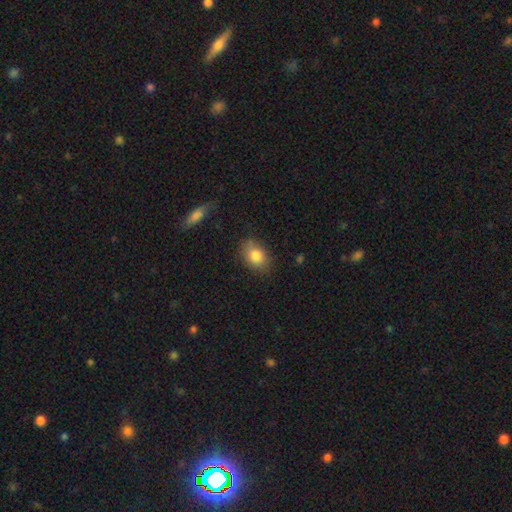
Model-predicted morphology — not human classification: Smooth or featured? Predicted: smooth (p=0.83). How rounded? Predicted: in between (p=0.73). Merging? Predicted: none (p=0.79).